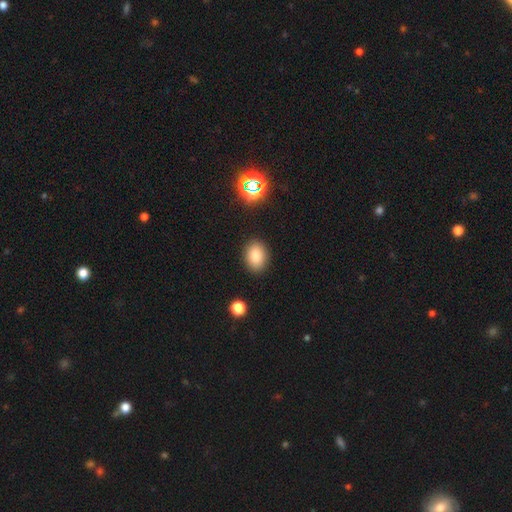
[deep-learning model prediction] Smooth or featured? smooth (83%)
How rounded? in between (72%)
Merging? none (87%)